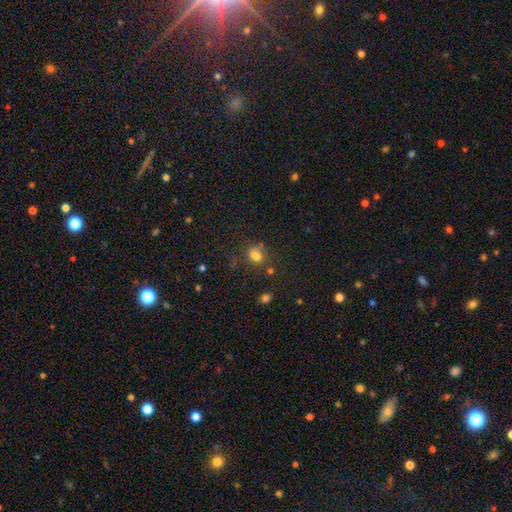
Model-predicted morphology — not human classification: Smooth or featured?
  - smooth: 70% *
  - star or artifact: 18%
  - featured or disk: 12%
How rounded?
  - round: 57% *
  - in between: 41%
  - cigar-shaped: 2%
Merging?
  - none: 44% *
  - merger: 21%
  - minor disturbance: 21%
  - major disturbance: 14%